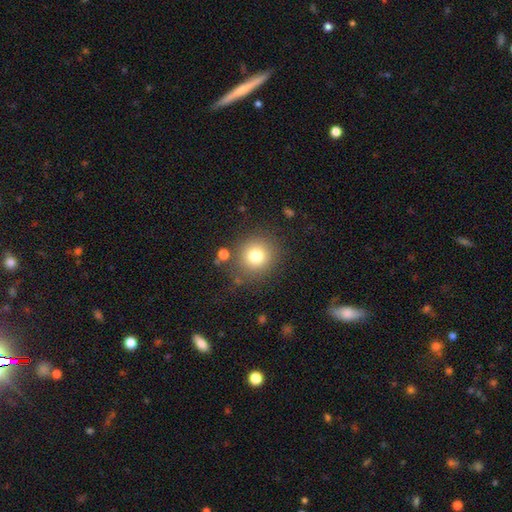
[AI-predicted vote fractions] Morphology: type=smooth (79%); roundness=round (90%); merging=none (82%).